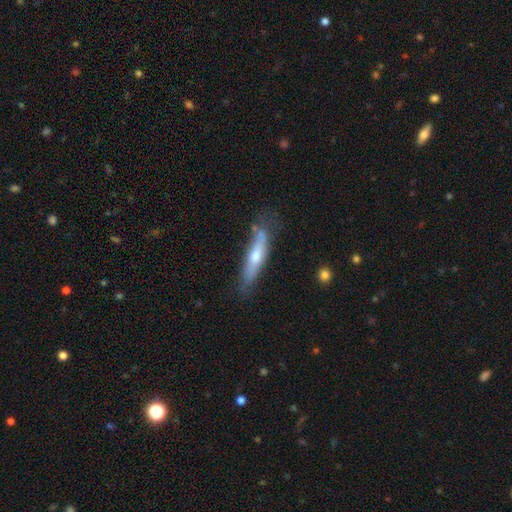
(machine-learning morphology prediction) Smooth or featured? Predicted: smooth (p=0.49). Merging? Predicted: none (p=0.65).